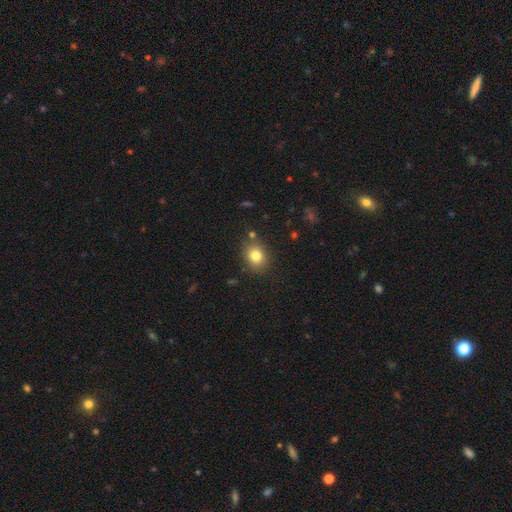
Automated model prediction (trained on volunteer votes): Smooth or featured?
  - smooth: 80% *
  - star or artifact: 11%
  - featured or disk: 9%
How rounded?
  - round: 59% *
  - in between: 40%
  - cigar-shaped: 1%
Merging?
  - none: 81% *
  - minor disturbance: 11%
  - merger: 4%
  - major disturbance: 3%